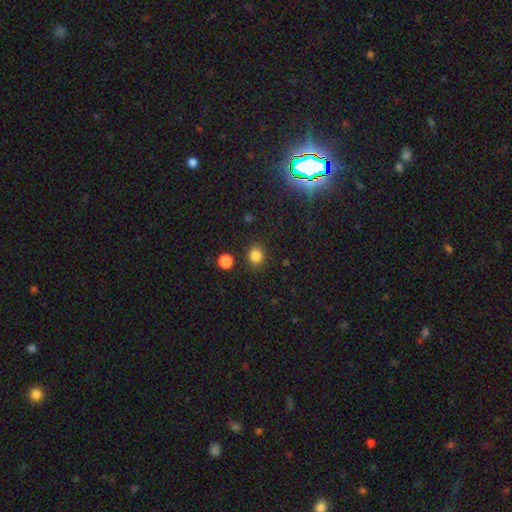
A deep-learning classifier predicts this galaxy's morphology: smooth_or_featured: smooth (p=0.83) [alt: star or artifact p=0.13]
how_rounded: round (p=0.80) [alt: in between p=0.19]
merging: none (p=0.87) [alt: minor disturbance p=0.07]